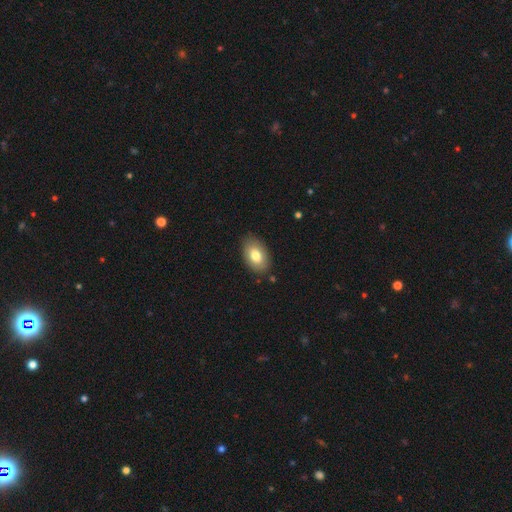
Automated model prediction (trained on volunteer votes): This is likely a smooth galaxy (77%). How rounded: clearly in between (91%). Merging: clearly none (84%).